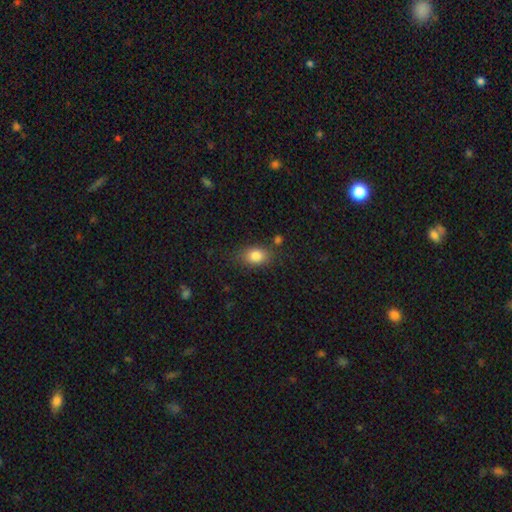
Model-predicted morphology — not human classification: smooth-or-featured: smooth: 84% | star or artifact: 9% | featured or disk: 7%
  how-rounded: in between: 75% | round: 23% | cigar-shaped: 2%
  merging: none: 77% | minor disturbance: 15% | major disturbance: 4% | merger: 4%